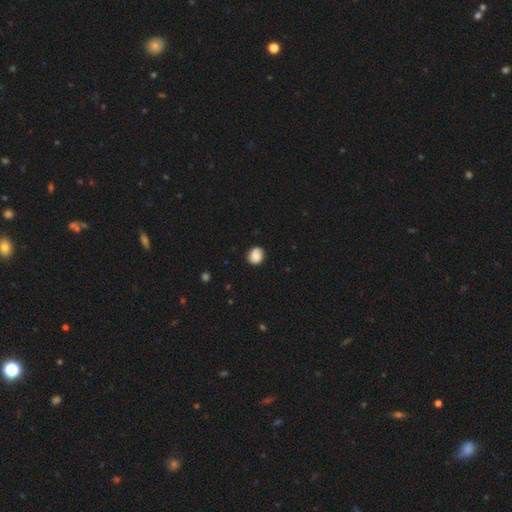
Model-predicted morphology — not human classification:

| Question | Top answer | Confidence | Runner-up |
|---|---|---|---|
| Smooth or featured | smooth | 80% | featured or disk (11%) |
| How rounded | round | 71% | in between (28%) |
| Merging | none | 79% | minor disturbance (16%) |